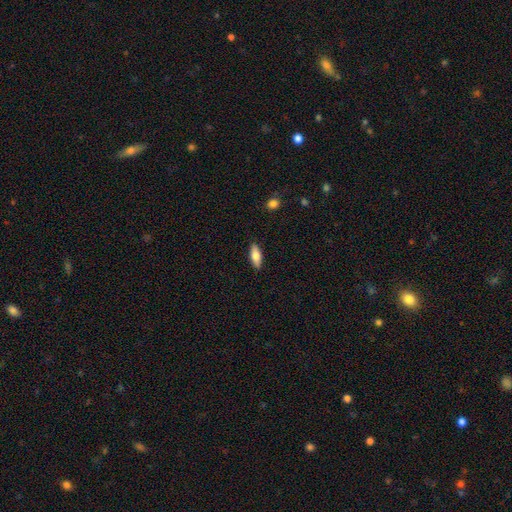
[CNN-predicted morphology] Overall: smooth (75%). How rounded: in between (72%). Merging: none (88%).